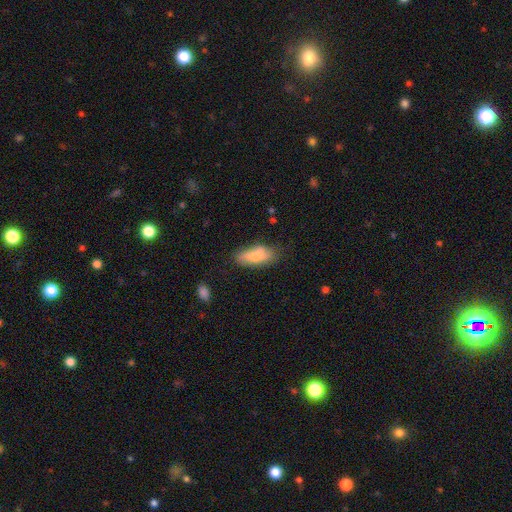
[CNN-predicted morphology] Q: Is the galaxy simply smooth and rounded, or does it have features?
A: smooth — 73%.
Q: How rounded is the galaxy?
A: in between — 81%.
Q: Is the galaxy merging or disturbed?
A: none — 60%.